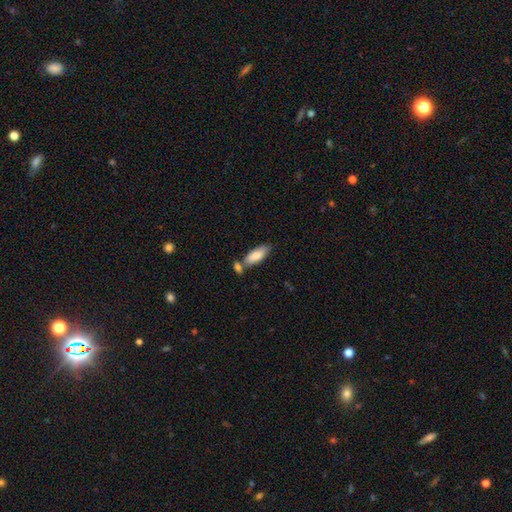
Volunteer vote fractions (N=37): smooth 76%, featured or disk 19%, star or artifact 5%. Down the decision tree: how rounded — in between (82%); merging — merger (49%).